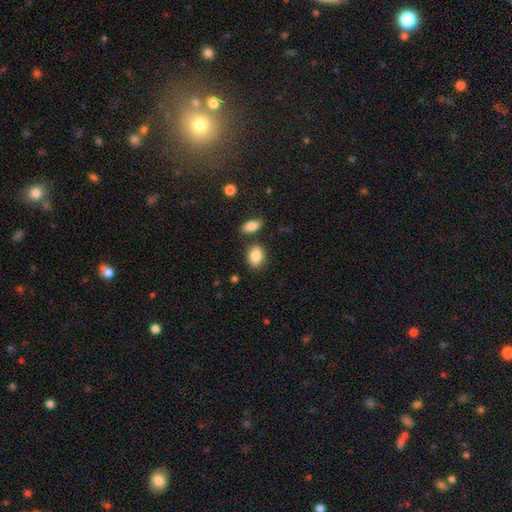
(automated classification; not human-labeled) This appears to be a smooth galaxy with no disk features (86%) that is in between round and cigar-shaped (73%). Merging: none (77%).